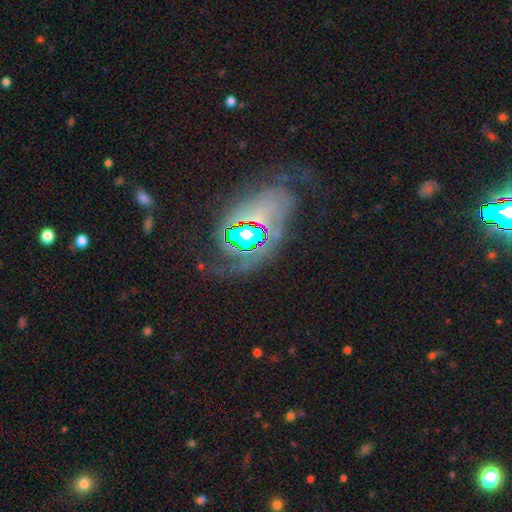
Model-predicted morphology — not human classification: Smooth or featured? featured or disk (56%)
Edge-on disk? no (91%)
Bar? no (56%)
Spiral arms? yes (75%)
Bulge size? moderate (40%)
Merging? none (56%)